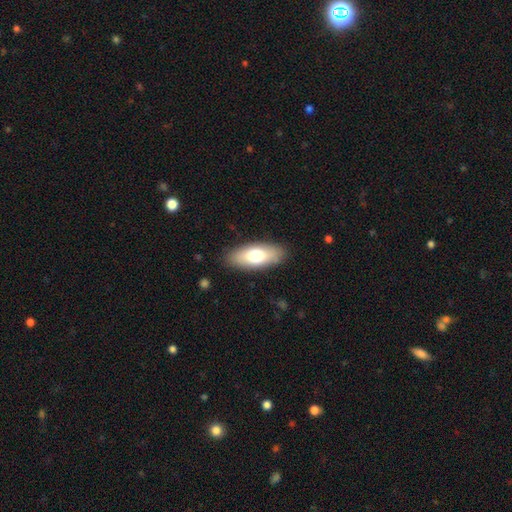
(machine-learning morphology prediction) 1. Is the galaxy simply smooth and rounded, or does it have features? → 72% smooth, 22% featured or disk, 6% star or artifact.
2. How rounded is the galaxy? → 80% in between, 18% cigar-shaped, 3% round.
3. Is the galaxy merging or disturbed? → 87% none, 9% minor disturbance, 2% major disturbance, 1% merger.